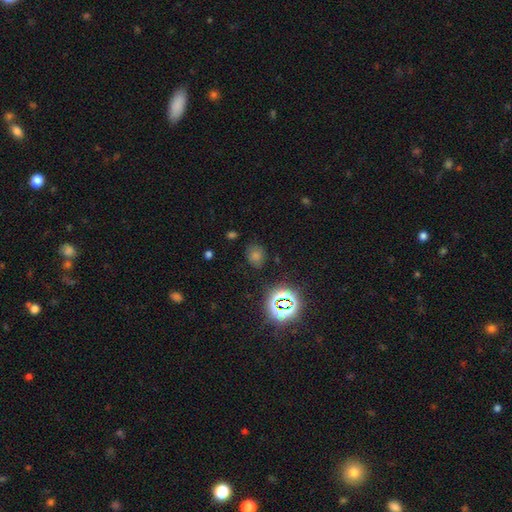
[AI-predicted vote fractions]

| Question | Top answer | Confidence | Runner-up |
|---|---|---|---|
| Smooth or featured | star or artifact | 47% | smooth (43%) |